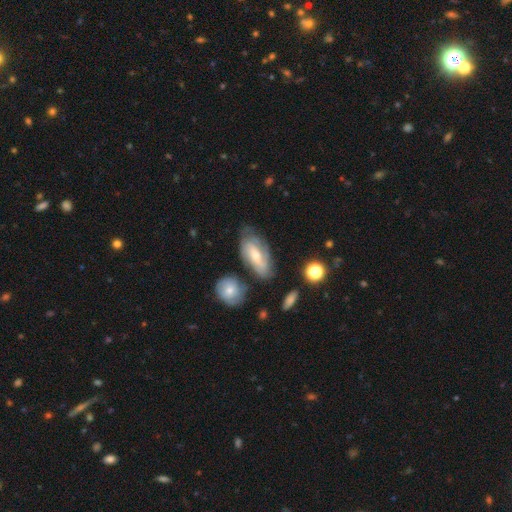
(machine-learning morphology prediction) Smooth or featured? featured or disk (66%)
Edge-on disk? no (90%)
Bar? no (43%)
Spiral arms? yes (86%)
Spiral winding? tight (45%)
Spiral arm count? 2 (43%)
Bulge size? small (52%)
Merging? none (60%)